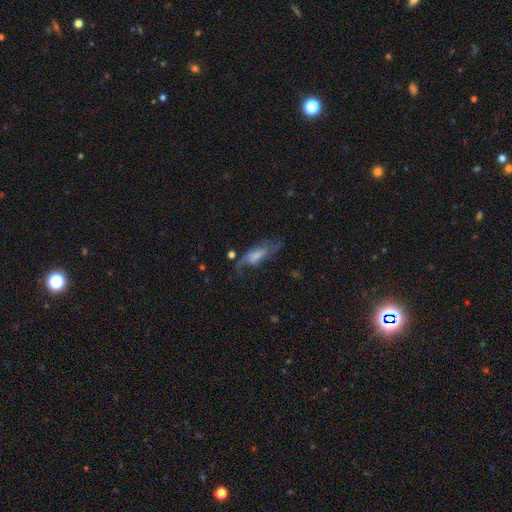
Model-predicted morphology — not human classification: Smooth or featured? featured or disk (57%)
Edge-on disk? no (85%)
Merging? none (45%)